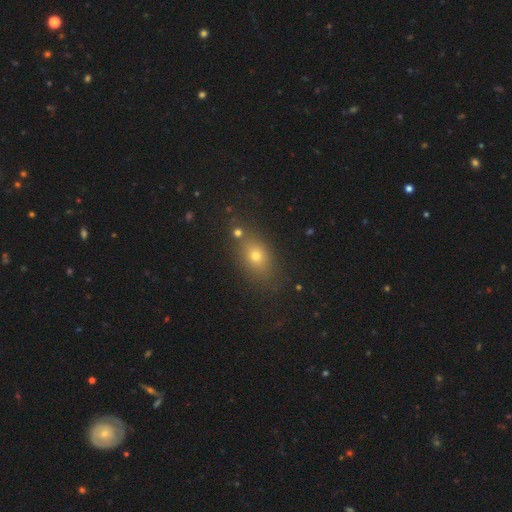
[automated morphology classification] smooth-or-featured: smooth: 70% | star or artifact: 17% | featured or disk: 13%
  how-rounded: in between: 70% | round: 27% | cigar-shaped: 3%
  merging: none: 75% | minor disturbance: 13% | merger: 8% | major disturbance: 4%